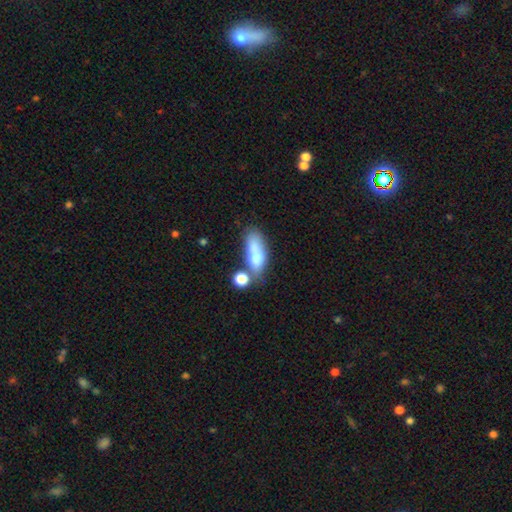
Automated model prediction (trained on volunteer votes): A smooth galaxy with no disk features (71%) that is in between round and cigar-shaped (67%).

Vote fractions:
- Smooth or featured? smooth: 71% / featured or disk: 20% / star or artifact: 9%
- How rounded? in between: 67% / cigar-shaped: 26% / round: 7%
- Merging? none: 38% / merger: 32% / minor disturbance: 18% / major disturbance: 12%